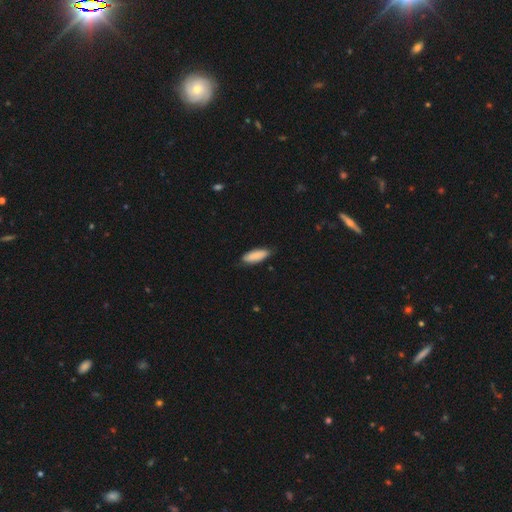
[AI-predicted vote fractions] Smooth or featured?
  - smooth: 87% *
  - featured or disk: 7%
  - star or artifact: 6%
How rounded?
  - in between: 63% *
  - cigar-shaped: 35%
  - round: 2%
Merging?
  - none: 80% *
  - minor disturbance: 17%
  - major disturbance: 2%
  - merger: 1%